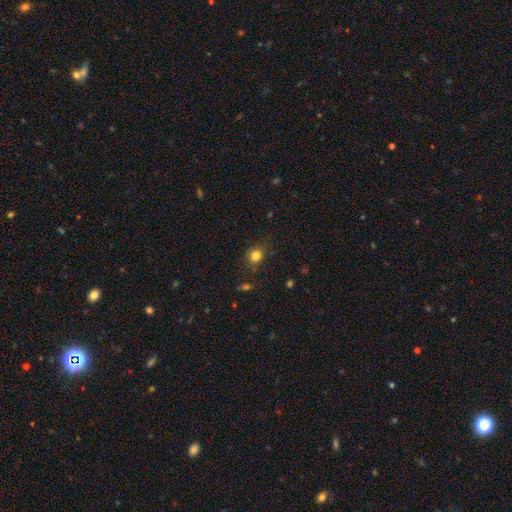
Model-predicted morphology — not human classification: Smooth or featured?
  - smooth: 81% *
  - star or artifact: 13%
  - featured or disk: 6%
How rounded?
  - round: 76% *
  - in between: 23%
  - cigar-shaped: 1%
Merging?
  - none: 77% *
  - minor disturbance: 16%
  - major disturbance: 5%
  - merger: 2%